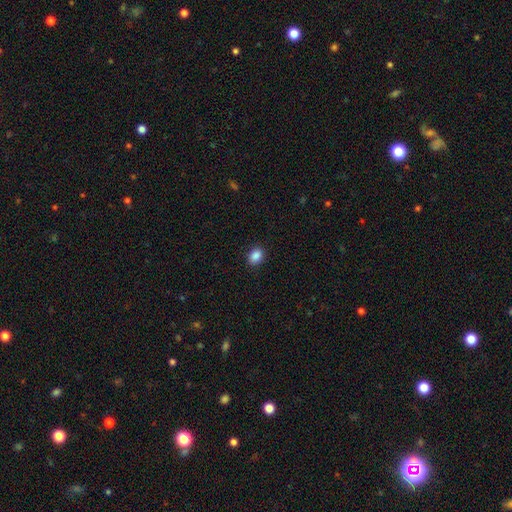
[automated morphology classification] Smooth or featured? smooth (88%)
How rounded? in between (66%)
Merging? none (89%)